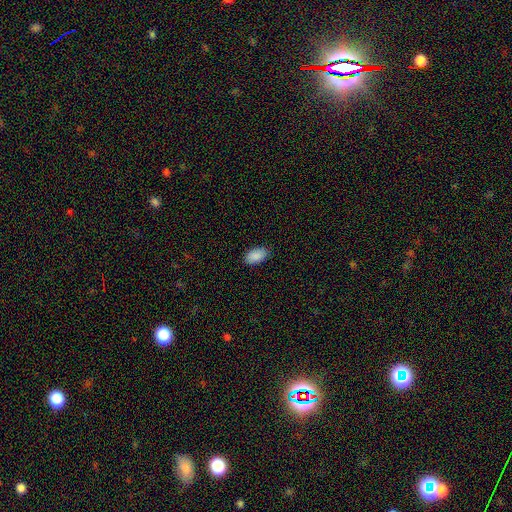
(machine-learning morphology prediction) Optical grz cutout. It shows a smooth galaxy with no disk features (89%) that is in between round and cigar-shaped (94%). Merging: none (86%).